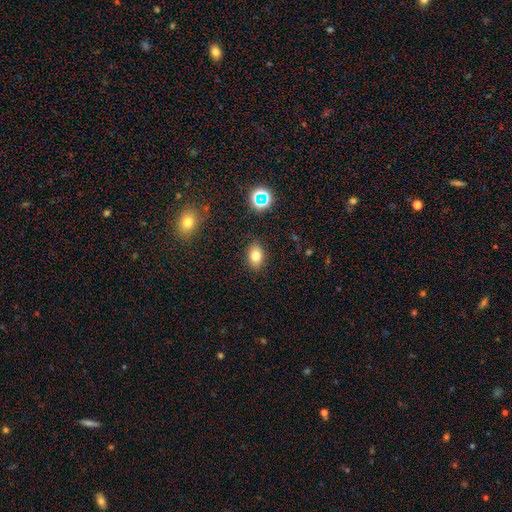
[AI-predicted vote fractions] Smooth or featured? smooth (78%)
How rounded? in between (77%)
Merging? none (87%)